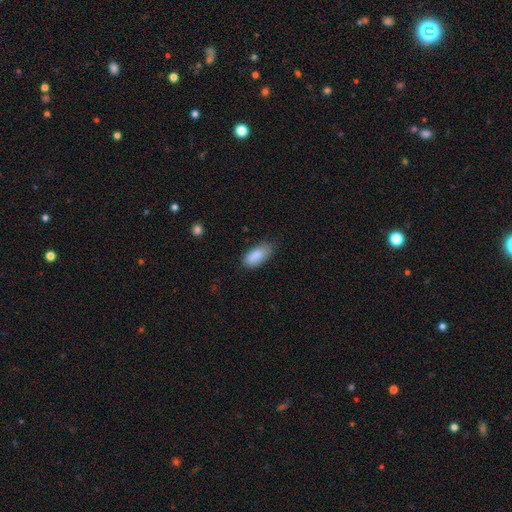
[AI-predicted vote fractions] smooth_or_featured: smooth (p=0.88) [alt: star or artifact p=0.07]
how_rounded: in between (p=0.88) [alt: cigar-shaped p=0.09]
merging: none (p=0.71) [alt: minor disturbance p=0.24]